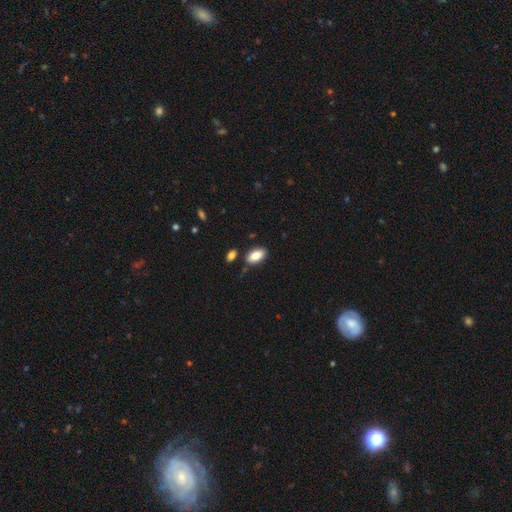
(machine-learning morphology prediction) smooth-or-featured: smooth: 85% | featured or disk: 8% | star or artifact: 7%
  how-rounded: in between: 93% | round: 4% | cigar-shaped: 3%
  merging: none: 82% | minor disturbance: 11% | merger: 5% | major disturbance: 2%